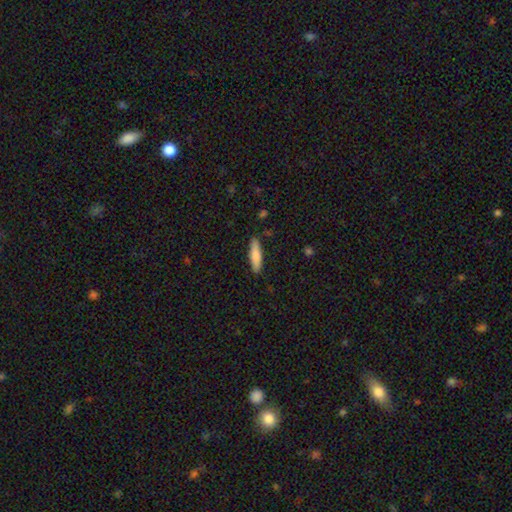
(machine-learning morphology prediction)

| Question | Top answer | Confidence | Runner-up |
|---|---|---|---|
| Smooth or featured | smooth | 79% | featured or disk (16%) |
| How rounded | cigar-shaped | 71% | in between (28%) |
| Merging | none | 88% | minor disturbance (9%) |